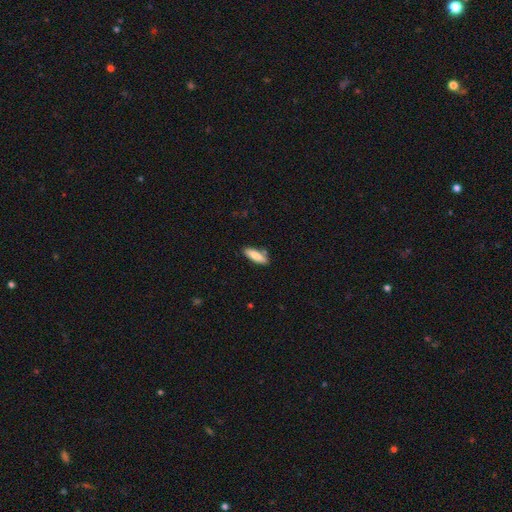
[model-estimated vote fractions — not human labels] Smooth or featured: smooth — 82% (featured or disk — 13%)
How rounded: cigar-shaped — 49% (tied with in between — 49%)
Merging: none — 80% (minor disturbance — 13%)